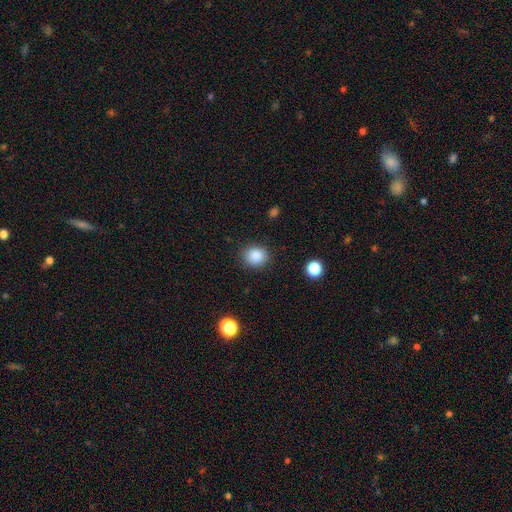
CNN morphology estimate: The model was most divided on "how rounded": round: 79%, in between: 20%, cigar-shaped: 1%. More confident: merging — none (86%); smooth or featured — smooth (86%).